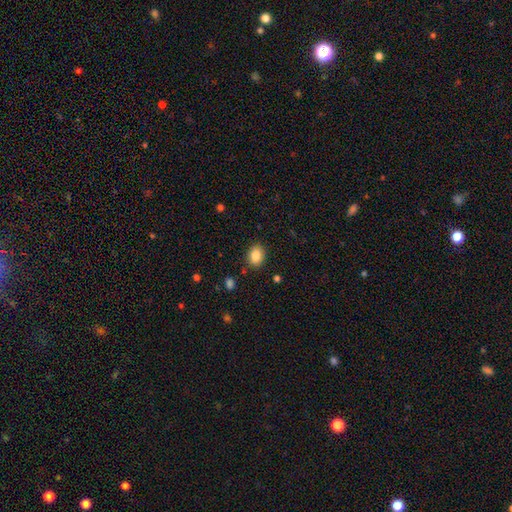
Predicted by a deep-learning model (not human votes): smooth-or-featured: smooth: 85% | star or artifact: 9% | featured or disk: 6%
  how-rounded: in between: 61% | round: 38% | cigar-shaped: 1%
  merging: none: 86% | minor disturbance: 9% | major disturbance: 3% | merger: 2%